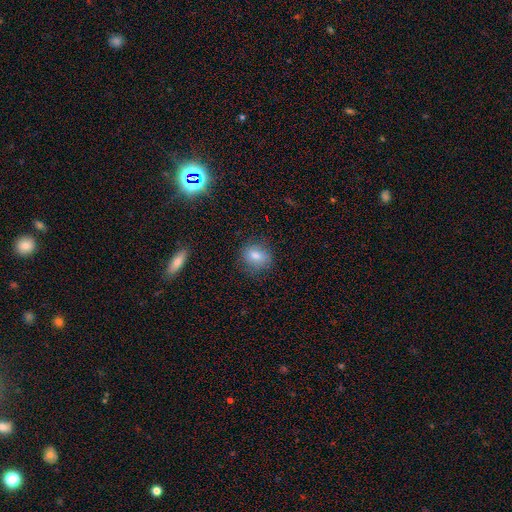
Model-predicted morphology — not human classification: The model was most divided on "how rounded": round: 64%, in between: 35%, cigar-shaped: 1%. More confident: merging — none (81%); smooth or featured — smooth (80%).